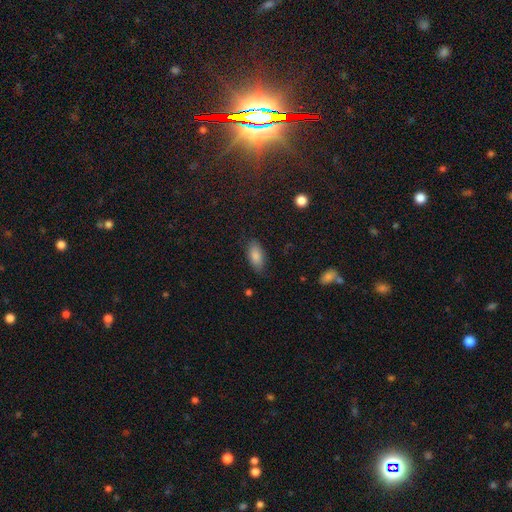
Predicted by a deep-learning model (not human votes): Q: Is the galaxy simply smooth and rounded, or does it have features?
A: smooth — 85%.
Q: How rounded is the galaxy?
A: in between — 90%.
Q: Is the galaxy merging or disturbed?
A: none — 82%.